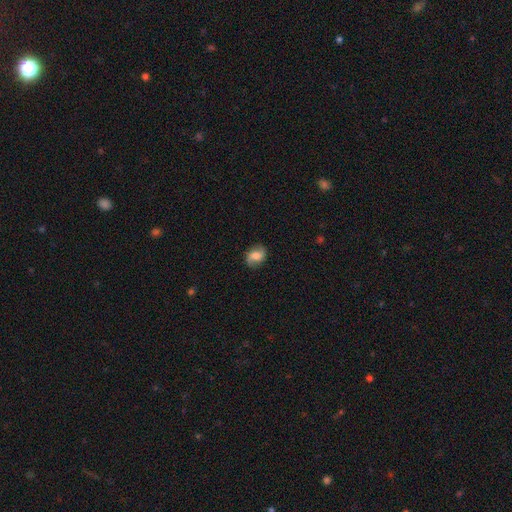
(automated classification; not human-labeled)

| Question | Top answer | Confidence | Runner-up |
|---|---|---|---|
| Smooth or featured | smooth | 52% | featured or disk (39%) |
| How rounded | in between | 61% | round (37%) |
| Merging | none | 80% | minor disturbance (15%) |